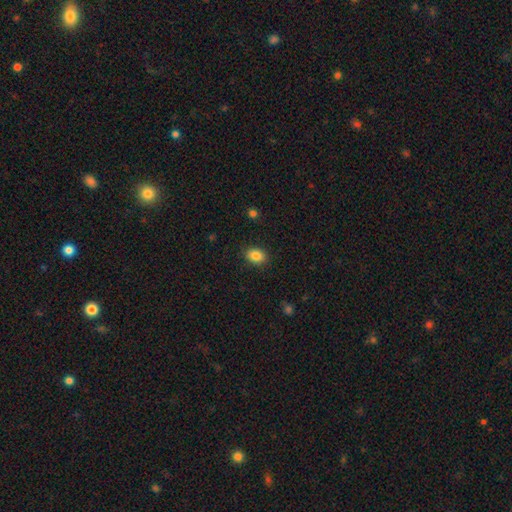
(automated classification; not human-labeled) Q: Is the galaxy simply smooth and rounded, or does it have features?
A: smooth — 85%.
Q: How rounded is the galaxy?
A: in between — 77%.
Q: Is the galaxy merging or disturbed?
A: none — 89%.